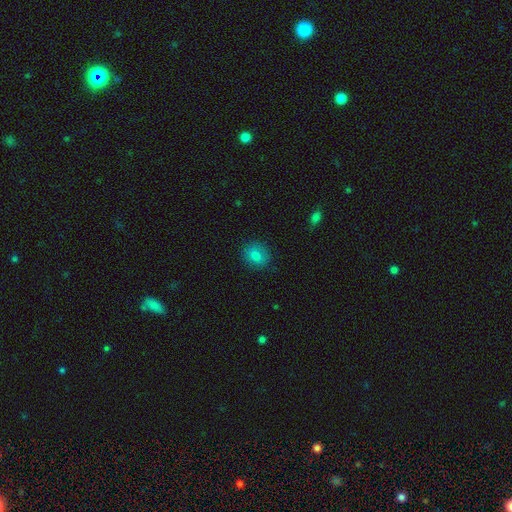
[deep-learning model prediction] The model was most divided on "how rounded": round: 79%, in between: 20%, cigar-shaped: 1%. More confident: merging — none (87%); smooth or featured — smooth (78%).